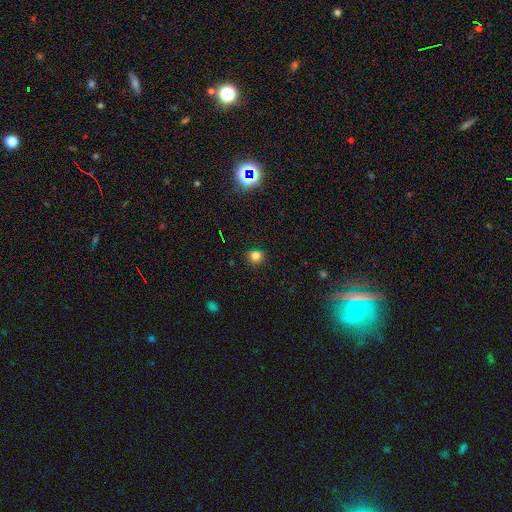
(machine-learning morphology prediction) Smooth or featured?
  - smooth: 79% *
  - star or artifact: 16%
  - featured or disk: 5%
How rounded?
  - round: 88% *
  - in between: 11%
  - cigar-shaped: 1%
Merging?
  - none: 88% *
  - minor disturbance: 9%
  - major disturbance: 2%
  - merger: 1%